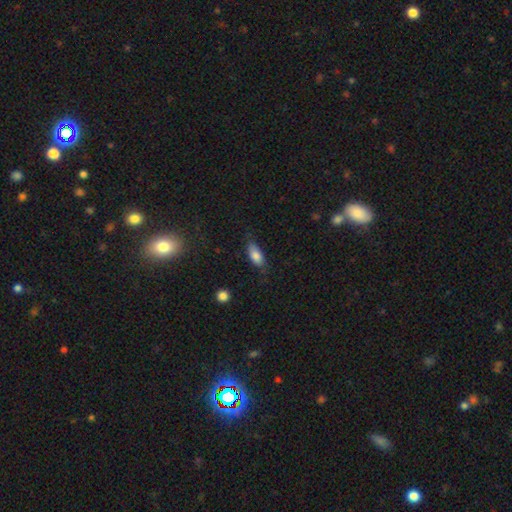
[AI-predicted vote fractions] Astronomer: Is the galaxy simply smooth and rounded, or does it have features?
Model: smooth — 79%.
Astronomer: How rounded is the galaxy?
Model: in between — 85%.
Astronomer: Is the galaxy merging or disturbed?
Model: none — 64%.